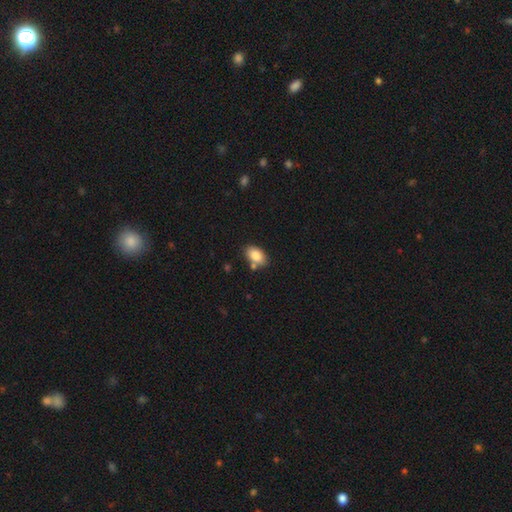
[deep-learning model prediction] smooth-or-featured: smooth: 84% | featured or disk: 8% | star or artifact: 8%
  how-rounded: in between: 90% | round: 8% | cigar-shaped: 2%
  merging: none: 72% | minor disturbance: 14% | merger: 12% | major disturbance: 3%